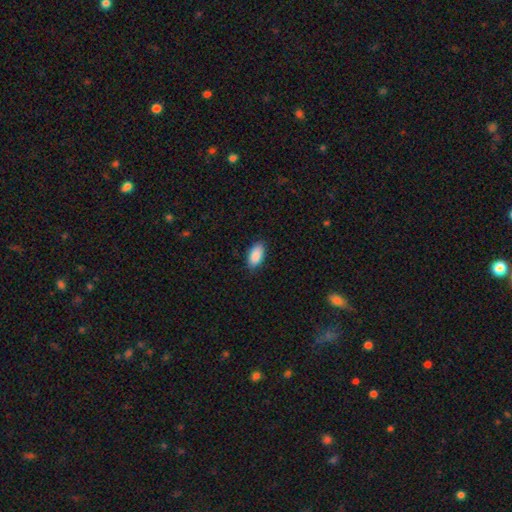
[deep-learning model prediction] Smooth or featured? smooth (89%)
How rounded? in between (93%)
Merging? none (84%)